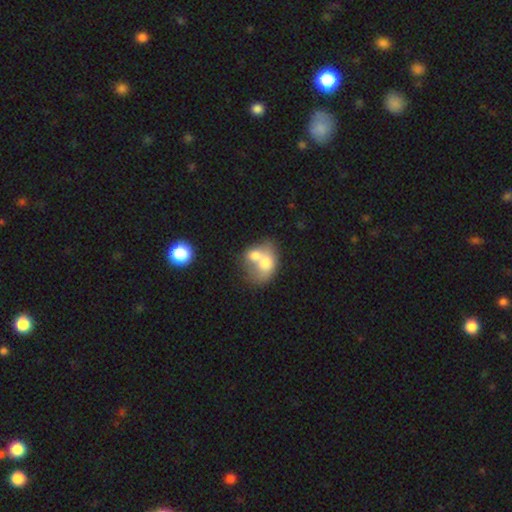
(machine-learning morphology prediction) smooth-or-featured: smooth: 62% | featured or disk: 29% | star or artifact: 8%
  how-rounded: in between: 62% | round: 37% | cigar-shaped: 1%
  merging: merger: 76% | none: 12% | minor disturbance: 6% | major disturbance: 6%